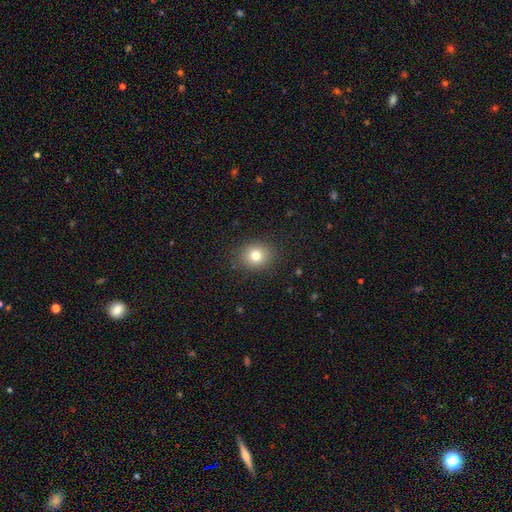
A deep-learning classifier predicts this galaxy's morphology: A smooth galaxy with no disk features (77%) that is round (73%).

Vote fractions:
- Smooth or featured? smooth: 77% / star or artifact: 13% / featured or disk: 10%
- How rounded? round: 73% / in between: 26% / cigar-shaped: 1%
- Merging? none: 88% / minor disturbance: 8% / major disturbance: 3% / merger: 1%